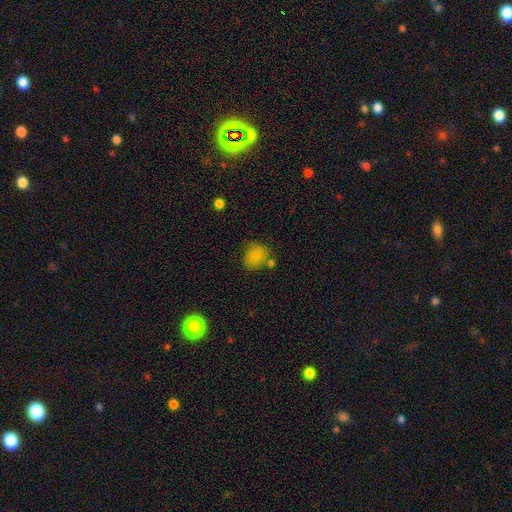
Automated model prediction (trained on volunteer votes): Smooth or featured? smooth (82%)
How rounded? round (73%)
Merging? none (64%)